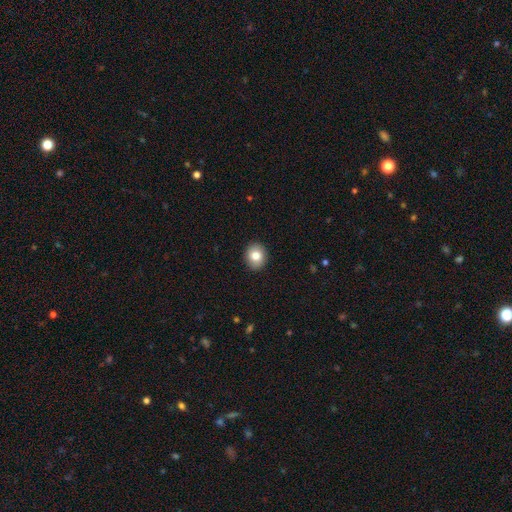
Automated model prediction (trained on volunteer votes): A smooth galaxy with no disk features (81%) that is round (61%). Merging: none (90%).